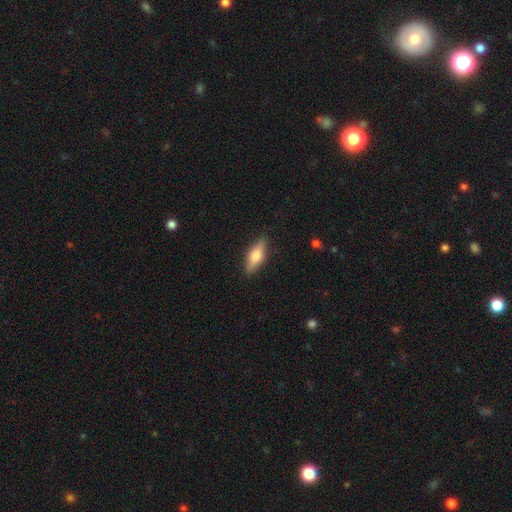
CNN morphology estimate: Overall: smooth (59%; featured or disk 34%). How rounded: in between (63%; cigar-shaped 34%). Merging: none (86%).